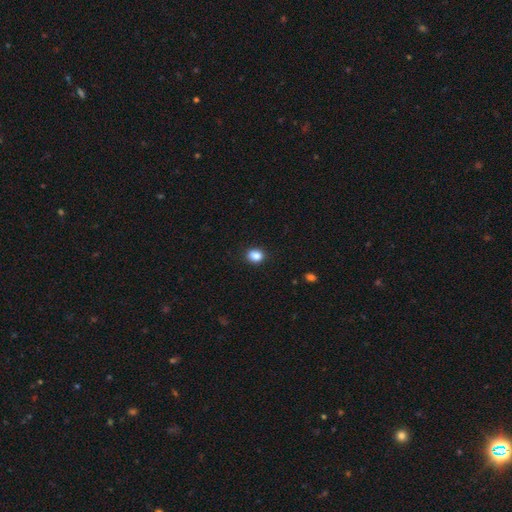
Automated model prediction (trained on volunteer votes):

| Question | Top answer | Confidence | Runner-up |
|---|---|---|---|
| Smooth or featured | smooth | 87% | star or artifact (10%) |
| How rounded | round | 51% | in between (48%) |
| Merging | none | 88% | minor disturbance (9%) |